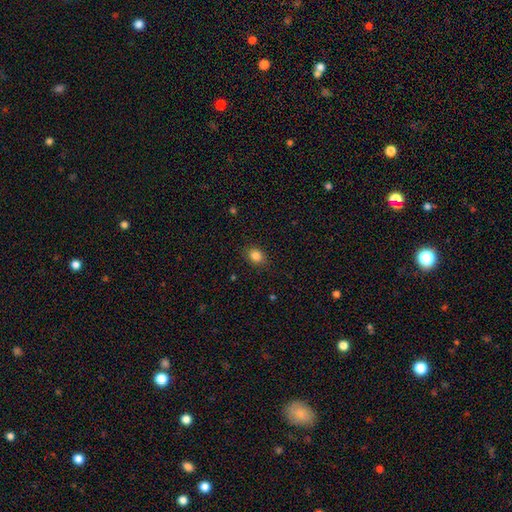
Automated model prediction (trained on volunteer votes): smooth-or-featured: smooth: 85% | star or artifact: 10% | featured or disk: 5%
  how-rounded: in between: 56% | round: 43% | cigar-shaped: 1%
  merging: none: 87% | minor disturbance: 10% | major disturbance: 3% | merger: 1%